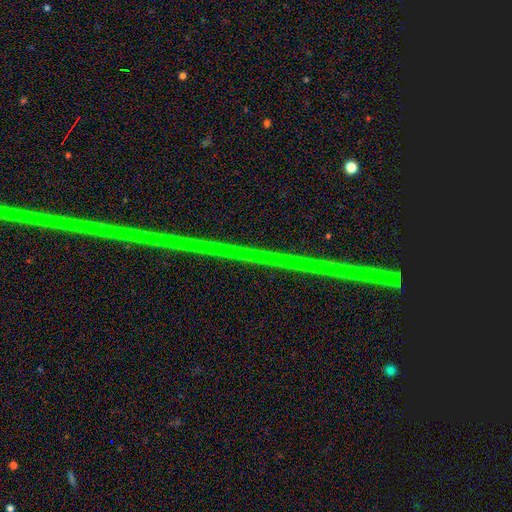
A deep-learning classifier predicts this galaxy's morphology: This appears to be a star or artifact, not a galaxy (87%).